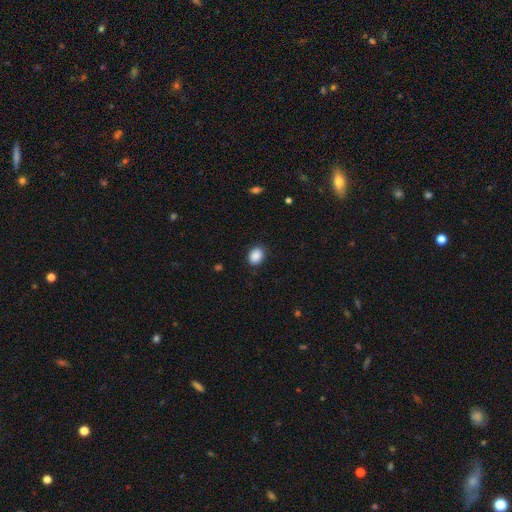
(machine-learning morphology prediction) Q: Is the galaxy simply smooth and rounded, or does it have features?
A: smooth — 89%.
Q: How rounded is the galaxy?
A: in between — 58%.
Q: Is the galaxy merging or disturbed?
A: none — 87%.